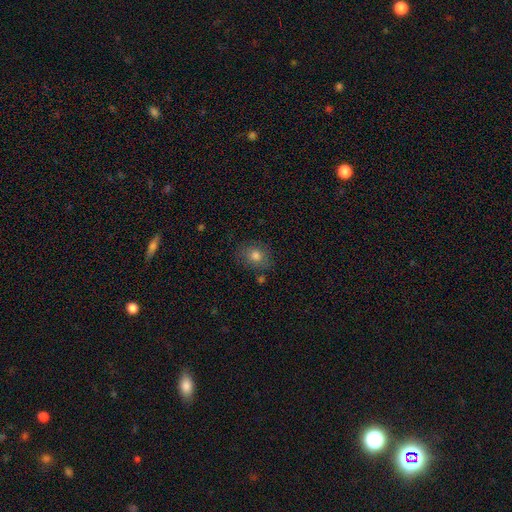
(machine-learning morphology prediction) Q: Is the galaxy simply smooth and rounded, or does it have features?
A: smooth — 77%.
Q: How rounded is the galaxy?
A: round — 59%.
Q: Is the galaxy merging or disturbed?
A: none — 78%.